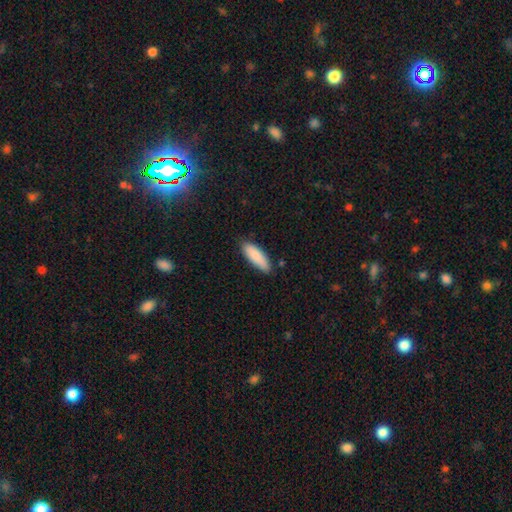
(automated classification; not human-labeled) This appears to be a smooth galaxy with no disk features (87%) that is in between round and cigar-shaped (58%). Merging: none (83%).